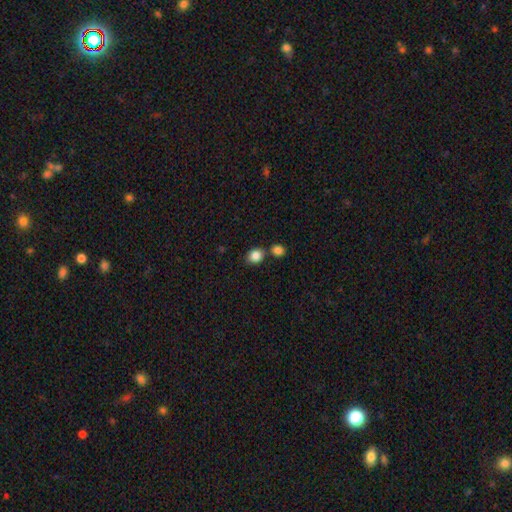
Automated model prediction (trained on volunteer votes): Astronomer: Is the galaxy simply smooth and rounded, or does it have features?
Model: smooth — 86%.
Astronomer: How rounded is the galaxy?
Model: round — 53% (runner-up: in between, 46%).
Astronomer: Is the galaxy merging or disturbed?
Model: none — 66%.